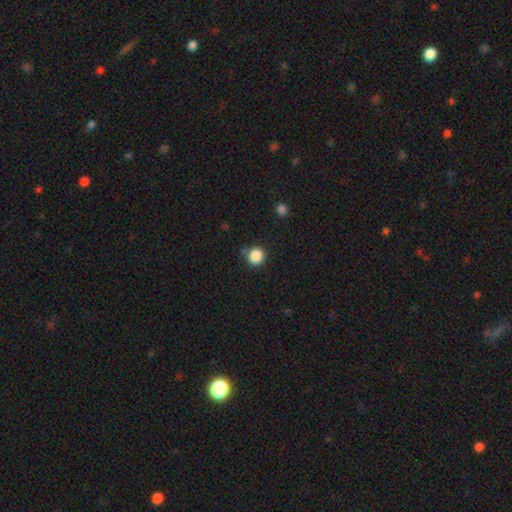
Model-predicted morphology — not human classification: smooth 86%, star or artifact 10%, featured or disk 3%. Down the decision tree: how rounded — round (92%); merging — none (82%).